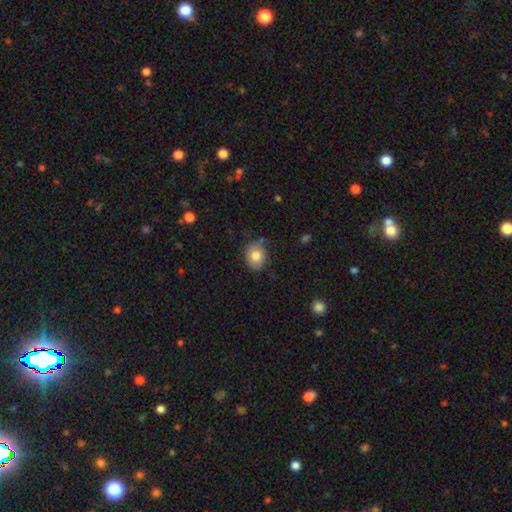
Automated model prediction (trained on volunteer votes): This appears to be a smooth galaxy with no disk features (80%) that is in between round and cigar-shaped (50%). Merging: none (73%).